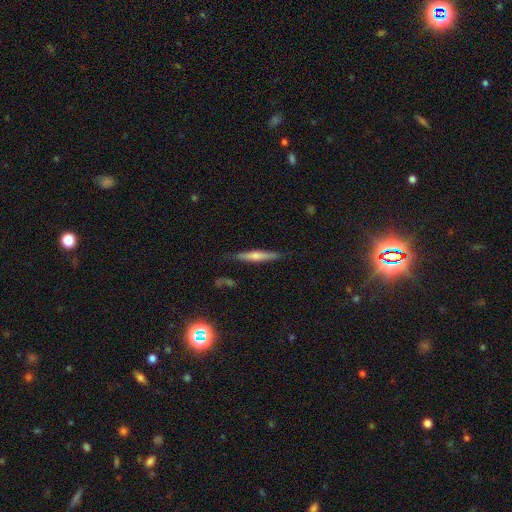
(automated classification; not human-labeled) A featured or disk galaxy (53%) viewed edge-on (96%) with a rounded central bulge (72%).

Vote fractions:
- Smooth or featured? featured or disk: 53% / smooth: 39% / star or artifact: 7%
- Edge-on disk? yes: 96% / no: 4%
- Edge-on bulge? rounded: 72% / none: 17% / boxy: 11%
- Merging? none: 84% / minor disturbance: 12% / major disturbance: 3% / merger: 2%